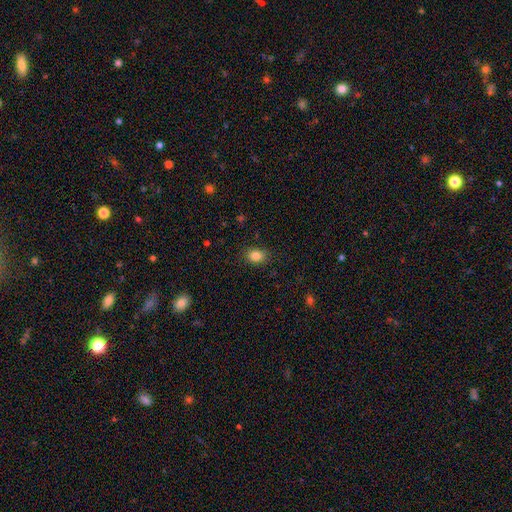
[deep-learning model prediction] Smooth or featured: smooth — 84% (star or artifact — 10%)
How rounded: in between — 59% (round — 40%)
Merging: none — 86% (minor disturbance — 11%)